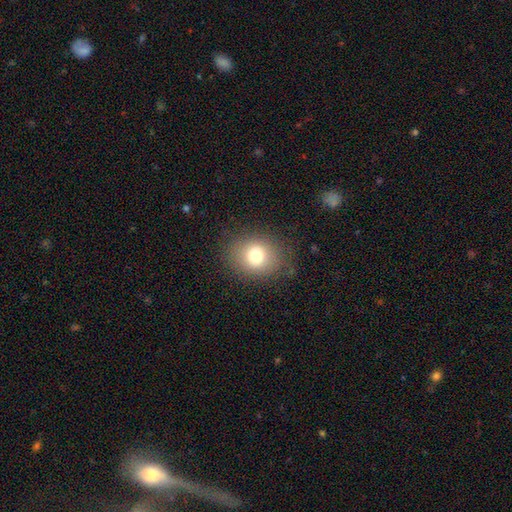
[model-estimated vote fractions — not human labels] Overall: smooth (76%). How rounded: round (64%; in between 35%). Merging: none (81%).